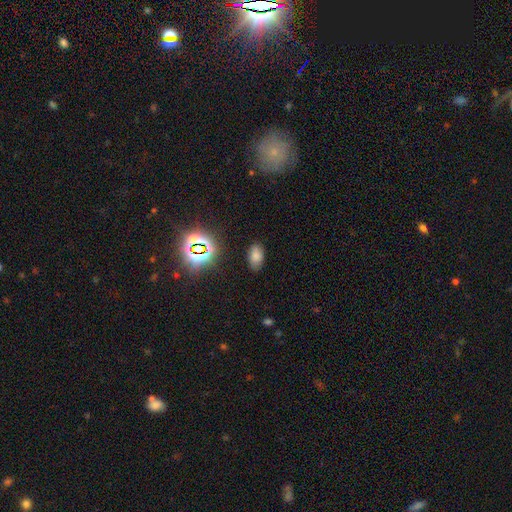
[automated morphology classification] A smooth galaxy with no disk features (73%) that is in between round and cigar-shaped (92%). Merging: none (82%).